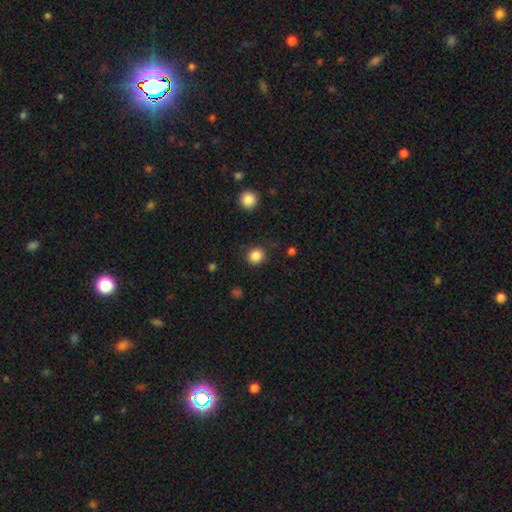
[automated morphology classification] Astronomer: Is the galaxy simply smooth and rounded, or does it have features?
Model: smooth — 86%.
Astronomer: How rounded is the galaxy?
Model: round — 88%.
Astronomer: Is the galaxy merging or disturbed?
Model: none — 88%.